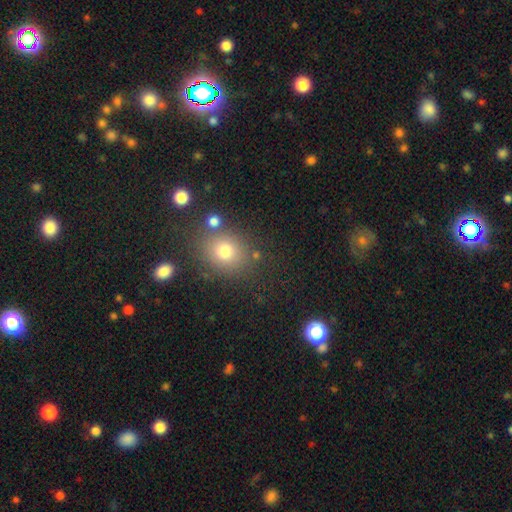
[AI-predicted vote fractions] Q: Smooth or featured?
A: smooth (72%); runner-up: star or artifact (18%)
Q: How rounded?
A: round (71%); runner-up: in between (28%)
Q: Merging?
A: none (78%); runner-up: minor disturbance (11%)